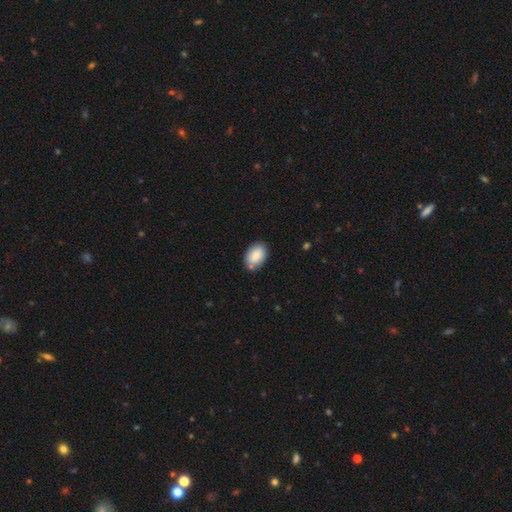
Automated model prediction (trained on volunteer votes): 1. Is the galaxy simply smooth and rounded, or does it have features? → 84% smooth, 9% featured or disk, 7% star or artifact.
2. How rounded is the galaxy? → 89% in between, 9% round, 1% cigar-shaped.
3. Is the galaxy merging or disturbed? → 76% none, 15% minor disturbance, 5% merger, 3% major disturbance.